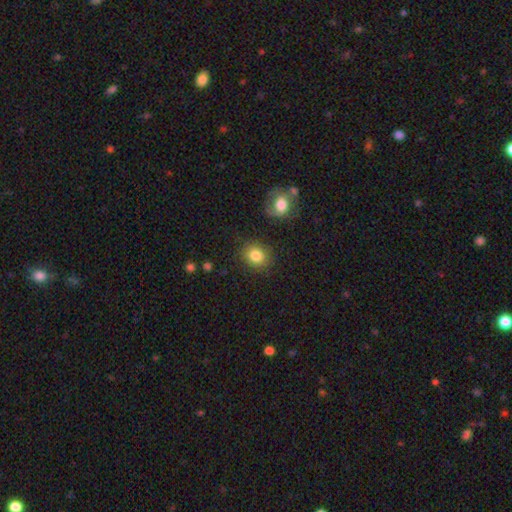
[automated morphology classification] smooth-or-featured: smooth: 84% | star or artifact: 9% | featured or disk: 7%
  how-rounded: round: 68% | in between: 31% | cigar-shaped: 1%
  merging: none: 85% | minor disturbance: 9% | major disturbance: 3% | merger: 3%